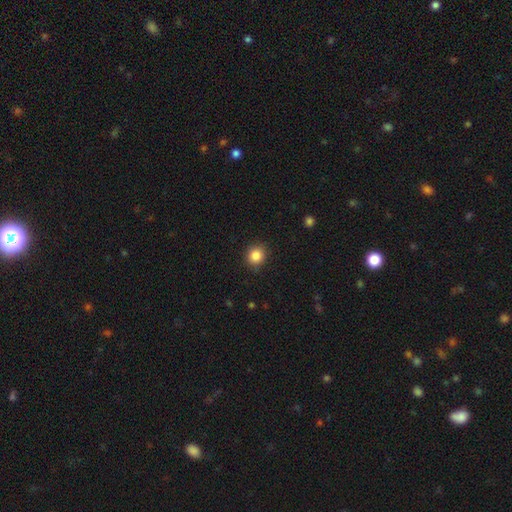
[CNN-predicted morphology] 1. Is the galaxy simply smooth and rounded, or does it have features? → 86% smooth, 10% star or artifact, 4% featured or disk.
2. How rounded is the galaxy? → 82% round, 17% in between, 1% cigar-shaped.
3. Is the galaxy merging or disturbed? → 89% none, 8% minor disturbance, 2% major disturbance, 1% merger.